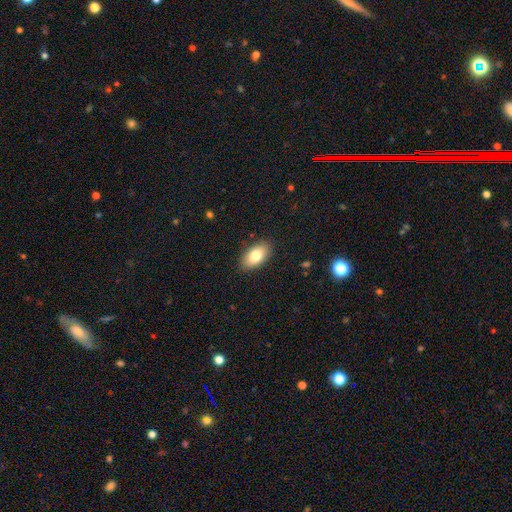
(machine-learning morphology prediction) smooth-or-featured: smooth: 80% | featured or disk: 13% | star or artifact: 7%
  how-rounded: in between: 93% | round: 5% | cigar-shaped: 3%
  merging: none: 88% | minor disturbance: 9% | major disturbance: 2% | merger: 1%